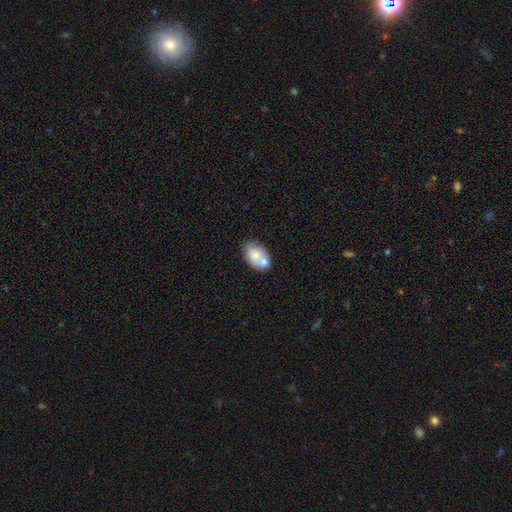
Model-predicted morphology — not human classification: Smooth or featured? smooth (74%)
How rounded? in between (86%)
Merging? none (49%)